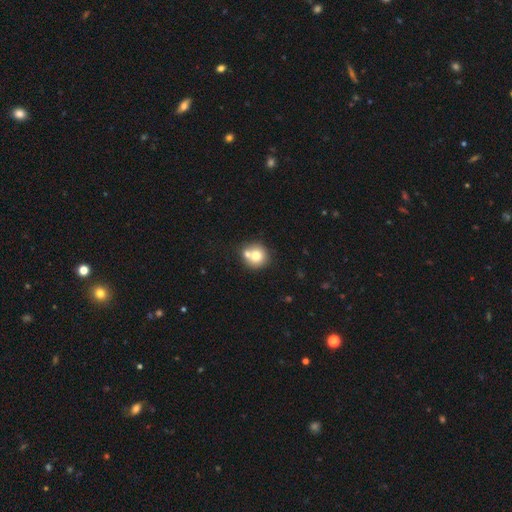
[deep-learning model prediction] Smooth or featured?
  - smooth: 71% *
  - featured or disk: 18%
  - star or artifact: 10%
How rounded?
  - round: 88% *
  - in between: 11%
  - cigar-shaped: 1%
Merging?
  - none: 53% *
  - merger: 37%
  - minor disturbance: 8%
  - major disturbance: 3%